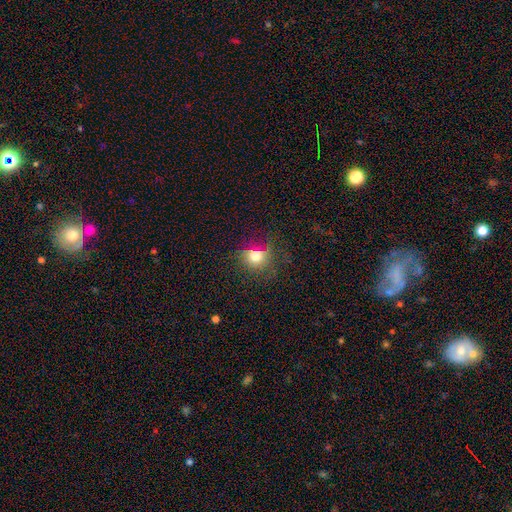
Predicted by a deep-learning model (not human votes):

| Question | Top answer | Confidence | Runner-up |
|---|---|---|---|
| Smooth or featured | smooth | 73% | star or artifact (18%) |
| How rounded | round | 78% | in between (21%) |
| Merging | none | 70% | minor disturbance (18%) |